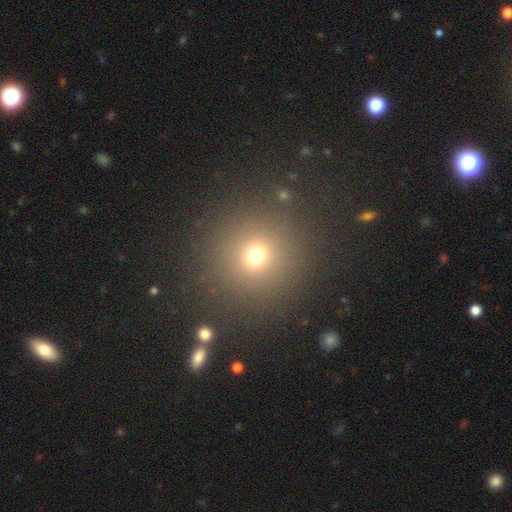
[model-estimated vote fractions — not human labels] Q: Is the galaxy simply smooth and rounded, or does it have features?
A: smooth — 70%.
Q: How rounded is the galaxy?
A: round — 93%.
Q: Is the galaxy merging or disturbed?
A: none — 85%.